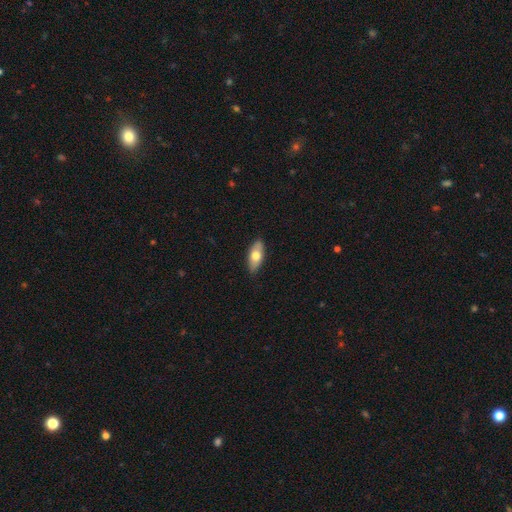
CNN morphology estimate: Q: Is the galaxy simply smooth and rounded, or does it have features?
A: smooth — 67%.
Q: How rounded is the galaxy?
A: in between — 83%.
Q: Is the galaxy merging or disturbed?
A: none — 87%.